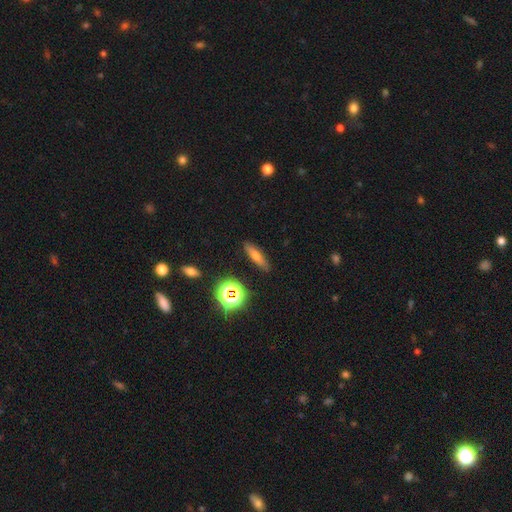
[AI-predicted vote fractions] smooth 56%, featured or disk 25%, star or artifact 19%. Down the decision tree: how rounded — cigar-shaped (61%); merging — none (87%).